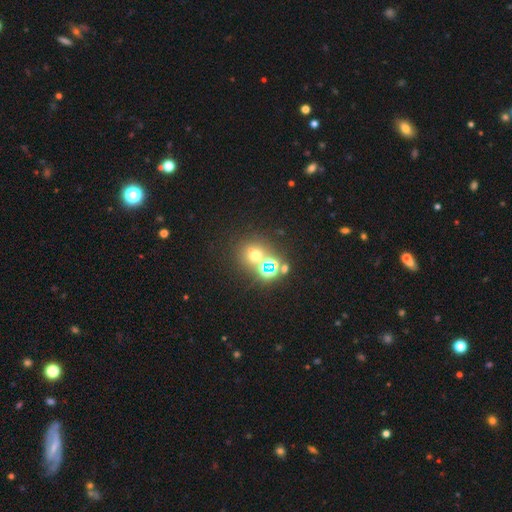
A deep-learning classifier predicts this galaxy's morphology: smooth_or_featured: smooth (p=0.47) [alt: star or artifact p=0.42]
merging: none (p=0.63) [alt: merger p=0.24]